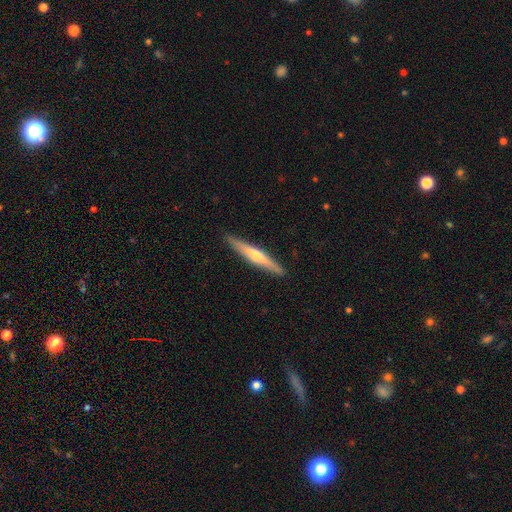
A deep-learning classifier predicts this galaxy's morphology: Overall: featured or disk (60%; smooth 35%). Edge-on disk: yes (96%). Edge-on bulge: rounded (82%). Merging: none (91%).